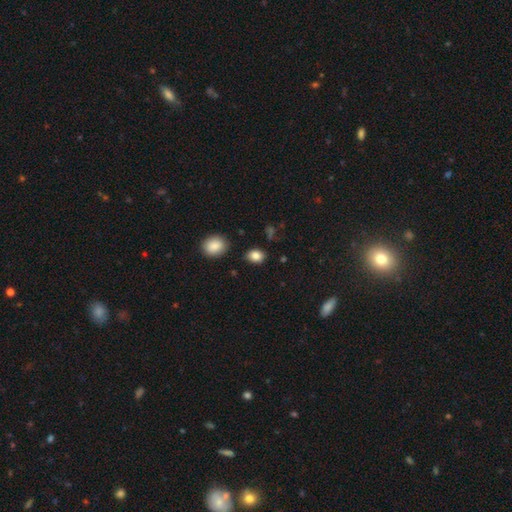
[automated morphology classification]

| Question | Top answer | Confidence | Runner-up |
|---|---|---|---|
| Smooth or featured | smooth | 85% | star or artifact (10%) |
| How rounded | in between | 64% | round (34%) |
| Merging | none | 83% | minor disturbance (12%) |